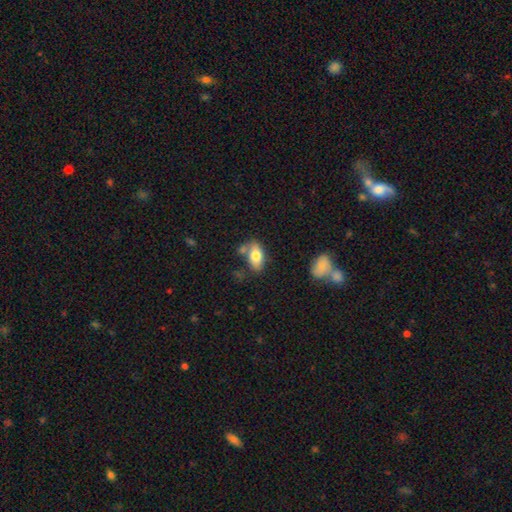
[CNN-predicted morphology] smooth_or_featured: smooth (p=0.77) [alt: featured or disk p=0.16]
how_rounded: in between (p=0.91) [alt: round p=0.05]
merging: none (p=0.59) [alt: minor disturbance p=0.18]